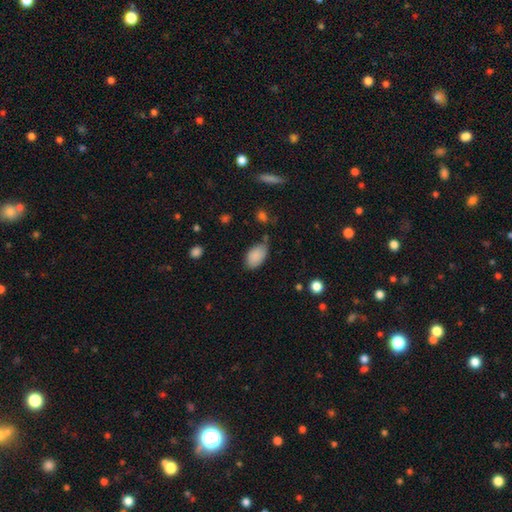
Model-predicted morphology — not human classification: This is clearly a smooth galaxy (88%). How rounded: clearly in between (93%). Merging: likely none (63%).